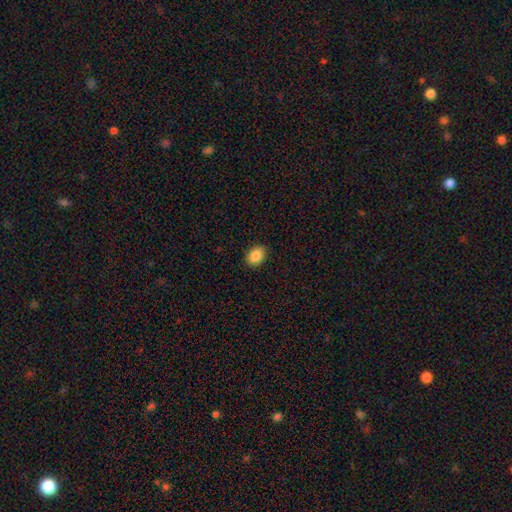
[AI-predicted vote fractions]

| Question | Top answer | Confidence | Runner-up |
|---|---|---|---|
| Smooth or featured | smooth | 88% | star or artifact (8%) |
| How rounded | in between | 75% | round (24%) |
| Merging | none | 90% | minor disturbance (7%) |